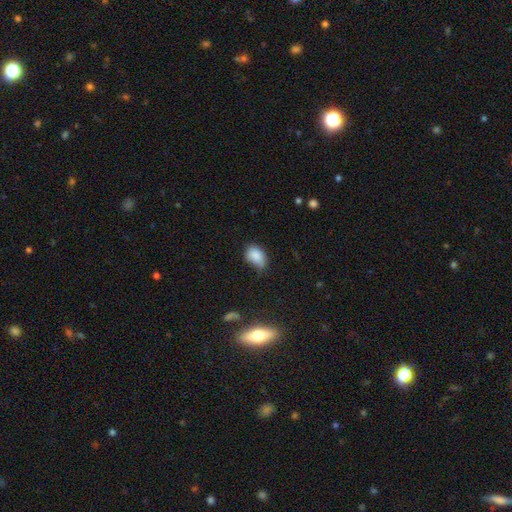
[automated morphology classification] A smooth galaxy with no disk features (85%) that is in between round and cigar-shaped (81%).

Vote fractions:
- Smooth or featured? smooth: 85% / star or artifact: 10% / featured or disk: 5%
- How rounded? in between: 81% / round: 18% / cigar-shaped: 1%
- Merging? none: 54% / minor disturbance: 36% / major disturbance: 7% / merger: 3%